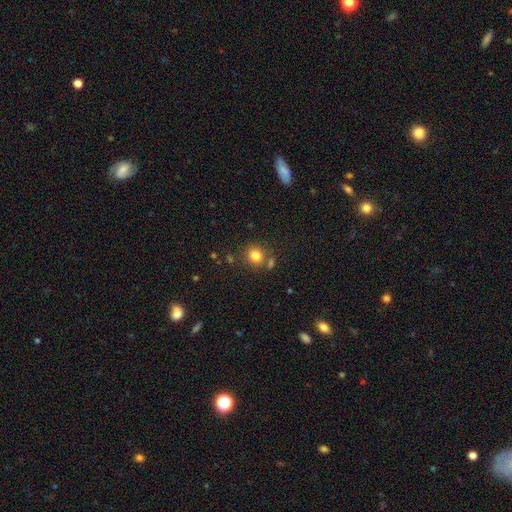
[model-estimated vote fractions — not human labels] A smooth galaxy with no disk features (80%) that is round (79%).

Vote fractions:
- Smooth or featured? smooth: 80% / star or artifact: 12% / featured or disk: 7%
- How rounded? round: 79% / in between: 20% / cigar-shaped: 1%
- Merging? none: 73% / merger: 13% / minor disturbance: 10% / major disturbance: 4%